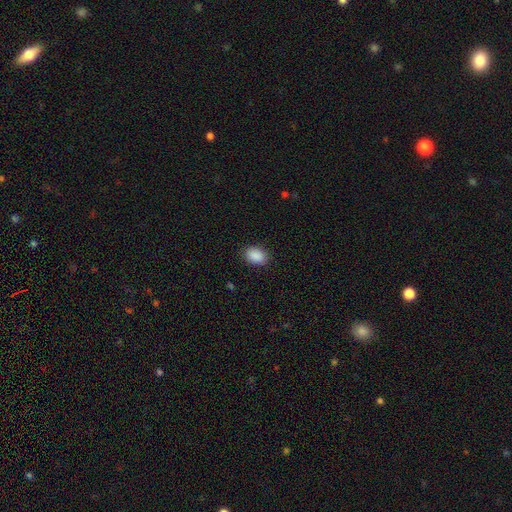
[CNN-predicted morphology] Q: Smooth or featured?
A: smooth (90%); runner-up: star or artifact (7%)
Q: How rounded?
A: in between (80%); runner-up: round (19%)
Q: Merging?
A: none (88%); runner-up: minor disturbance (9%)